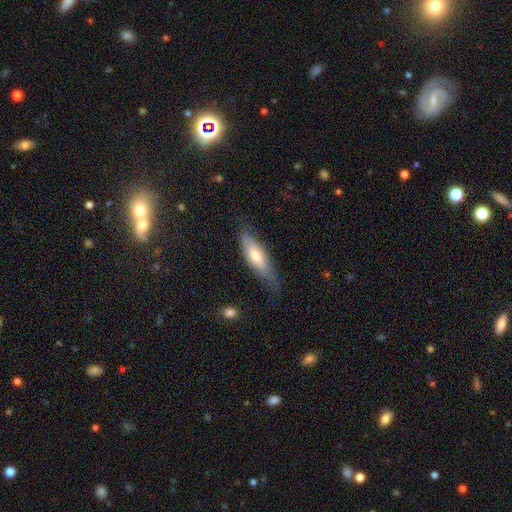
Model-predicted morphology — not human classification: Overall: smooth (64%; featured or disk 30%). How rounded: in between (52%; cigar-shaped 46%). Merging: none (63%; minor disturbance 27%).